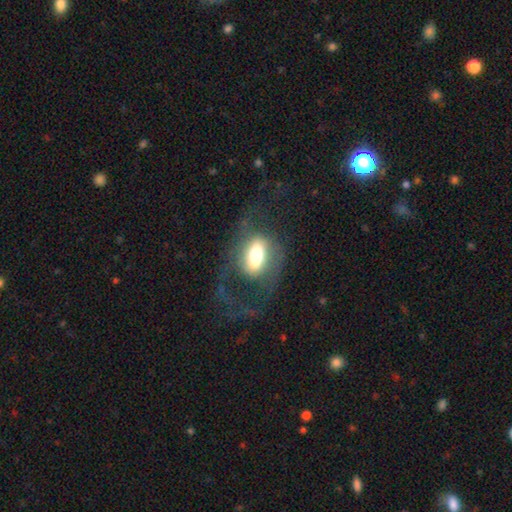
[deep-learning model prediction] The model was most divided on "smooth or featured": smooth: 49%, featured or disk: 43%, star or artifact: 8%. Remaining: merging — none (44%).